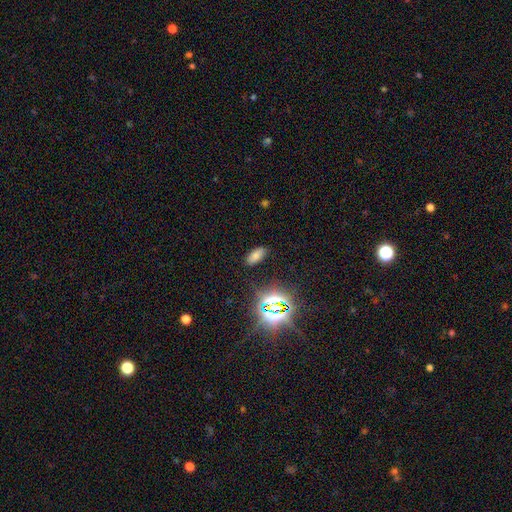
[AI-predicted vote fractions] This appears to be a smooth galaxy with no disk features (67%) that is in between round and cigar-shaped (87%). Merging: none (87%).